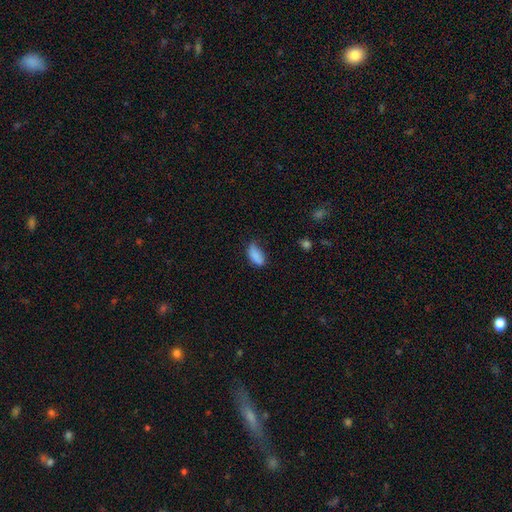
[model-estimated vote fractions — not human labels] A smooth galaxy with no disk features (84%) that is in between round and cigar-shaped (88%). Merging: none (49%).